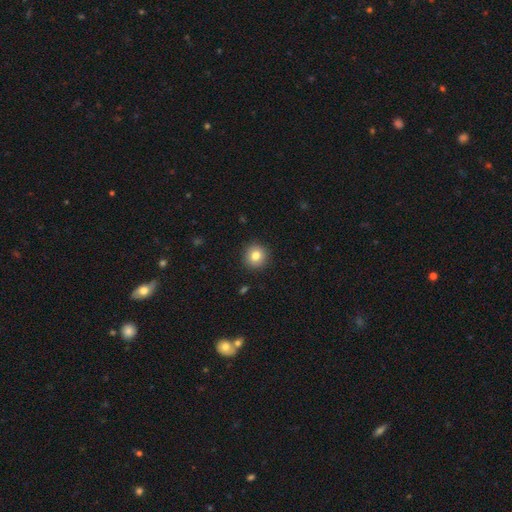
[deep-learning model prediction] Smooth or featured? Predicted: smooth (p=0.81). How rounded? Predicted: round (p=0.93). Merging? Predicted: none (p=0.92).